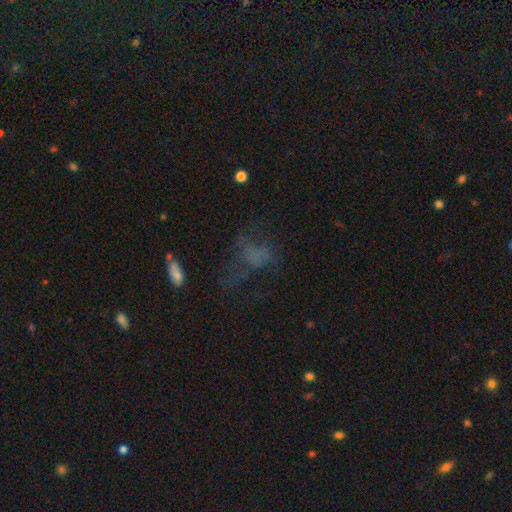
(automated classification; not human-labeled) smooth_or_featured: smooth (p=0.43) [alt: featured or disk p=0.32]
merging: major disturbance (p=0.40) [alt: none p=0.39]